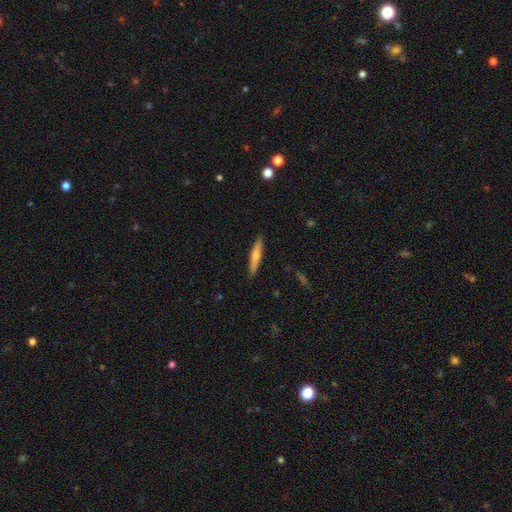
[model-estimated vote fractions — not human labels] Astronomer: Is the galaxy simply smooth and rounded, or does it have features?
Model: smooth — 47%, tied with featured or disk at 47%.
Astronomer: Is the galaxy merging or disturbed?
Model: none — 90%.